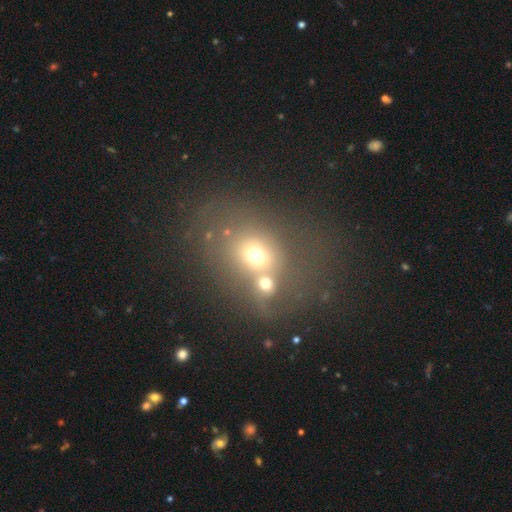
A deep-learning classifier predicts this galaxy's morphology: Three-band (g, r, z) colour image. It shows a smooth galaxy with no disk features (58%) that is round (53%). Merging: merger (44%).